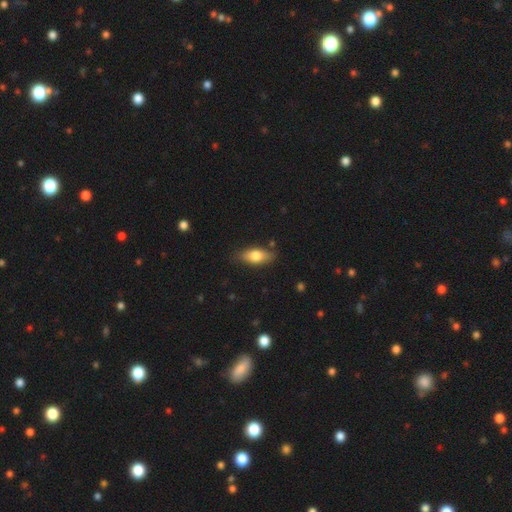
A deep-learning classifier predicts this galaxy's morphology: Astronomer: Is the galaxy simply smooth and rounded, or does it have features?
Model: smooth — 71%.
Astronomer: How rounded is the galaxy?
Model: in between — 79%.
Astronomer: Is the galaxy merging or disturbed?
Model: none — 82%.